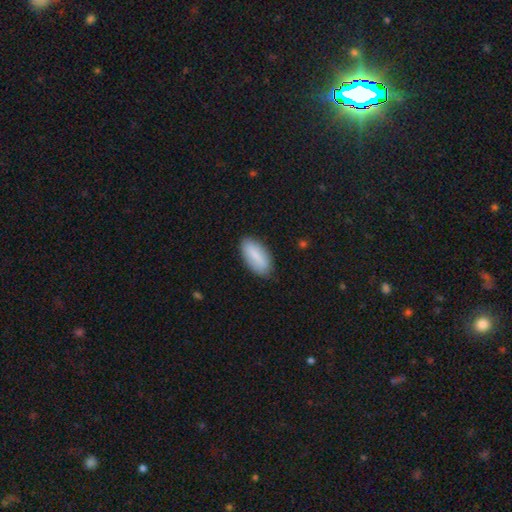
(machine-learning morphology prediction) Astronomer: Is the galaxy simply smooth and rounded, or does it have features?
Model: smooth — 74%.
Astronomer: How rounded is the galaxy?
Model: in between — 89%.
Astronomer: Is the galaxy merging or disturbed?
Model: none — 83%.